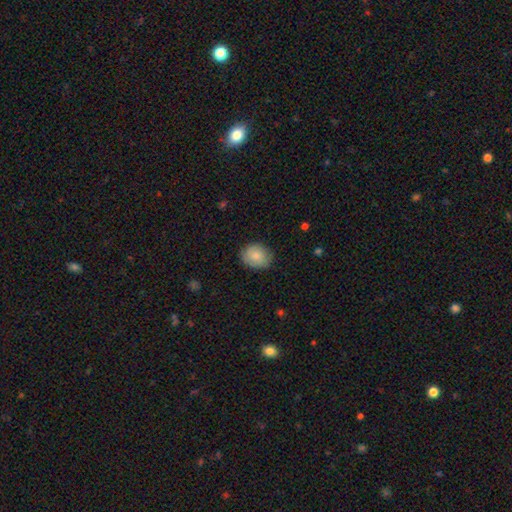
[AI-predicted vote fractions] Overall: smooth (77%). How rounded: in between (51%; round 48%). Merging: none (79%).